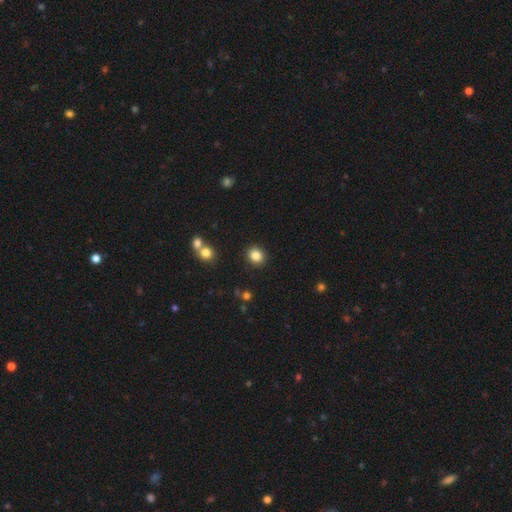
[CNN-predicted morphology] Overall: smooth (85%). How rounded: round (76%). Merging: none (89%).